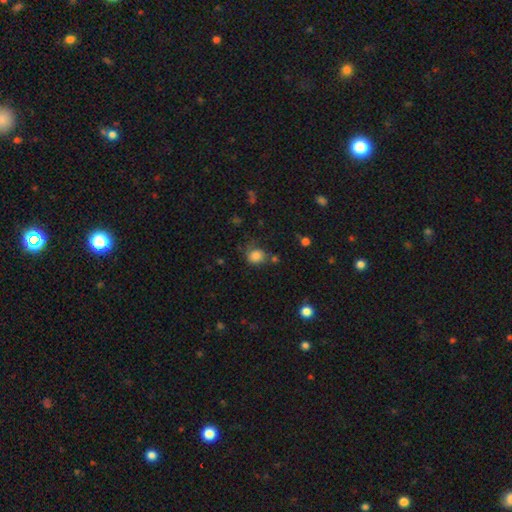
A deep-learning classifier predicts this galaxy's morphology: Q: Smooth or featured?
A: smooth (82%); runner-up: star or artifact (11%)
Q: How rounded?
A: round (67%); runner-up: in between (32%)
Q: Merging?
A: none (58%); runner-up: minor disturbance (25%)